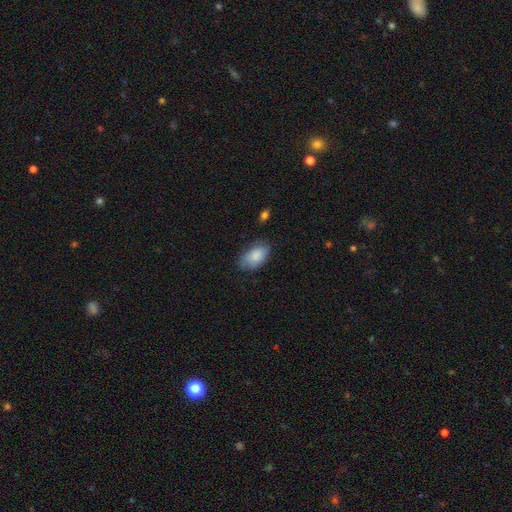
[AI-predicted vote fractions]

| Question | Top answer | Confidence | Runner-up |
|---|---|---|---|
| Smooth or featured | smooth | 84% | featured or disk (10%) |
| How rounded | in between | 93% | round (5%) |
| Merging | none | 68% | minor disturbance (25%) |